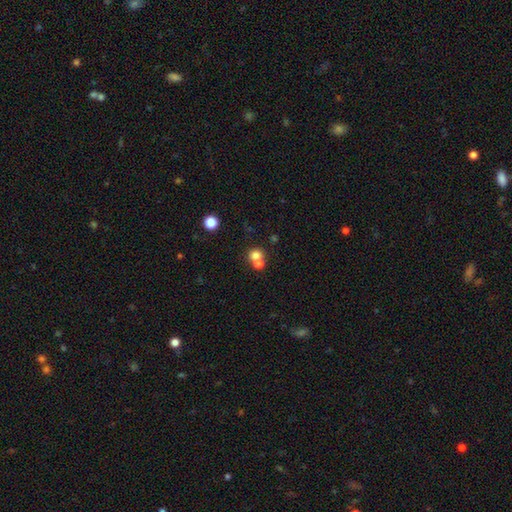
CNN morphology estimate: The model was most divided on "merging": merger: 49%, none: 42%, minor disturbance: 6%, major disturbance: 3%. More confident: how rounded — round (79%); smooth or featured — smooth (74%).